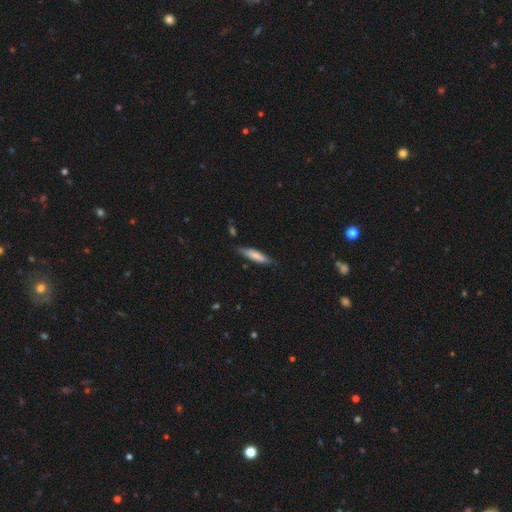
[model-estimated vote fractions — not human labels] Morphology: type=smooth (71%); roundness=cigar-shaped (78%); merging=none (77%).